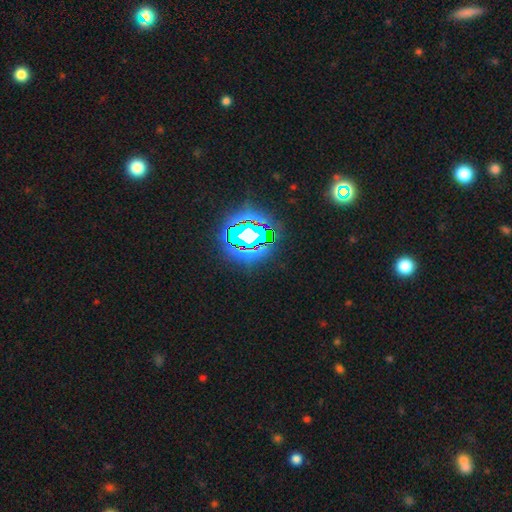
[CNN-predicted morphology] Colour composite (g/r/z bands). It shows a star or artifact, not a galaxy (80%).